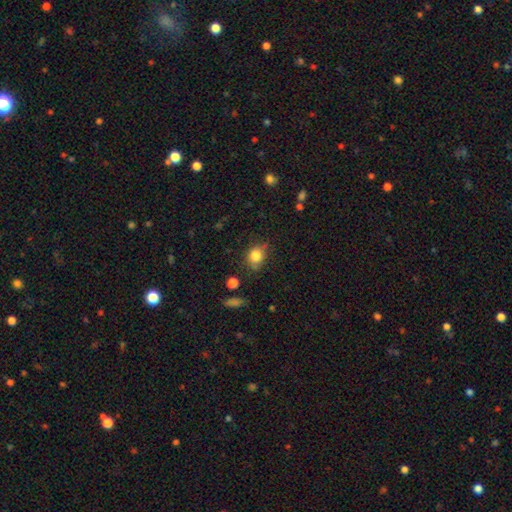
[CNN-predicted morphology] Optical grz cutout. It shows a smooth galaxy with no disk features (82%) that is round (65%). Merging: none (72%).